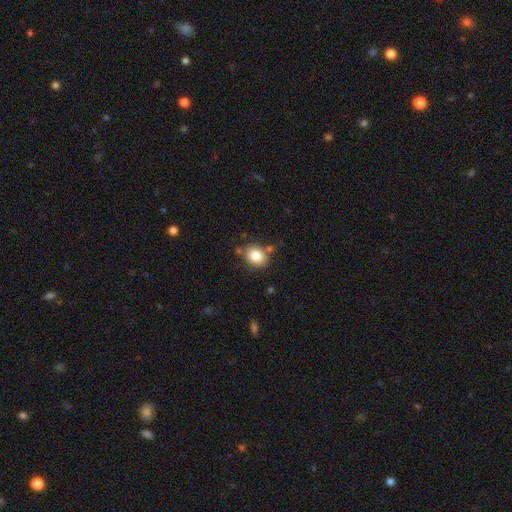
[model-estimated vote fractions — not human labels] smooth 82%, star or artifact 9%, featured or disk 8%. Down the decision tree: how rounded — round (55%); merging — none (76%).